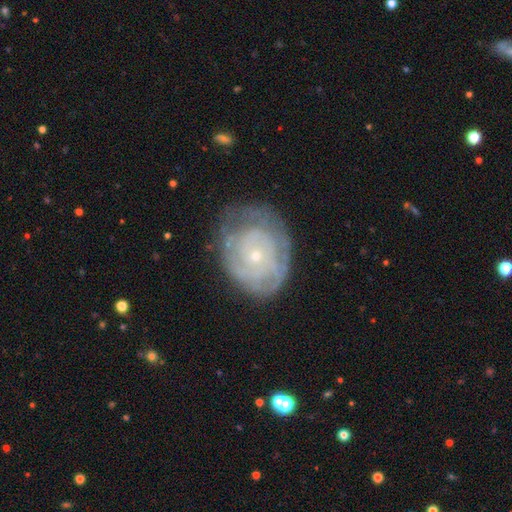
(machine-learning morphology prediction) Smooth or featured? featured or disk (75%)
Edge-on disk? no (97%)
Bar? no (84%)
Spiral arms? yes (80%)
Spiral winding? tight (74%)
Spiral arm count? can't tell (55%)
Bulge size? small (81%)
Merging? none (64%)